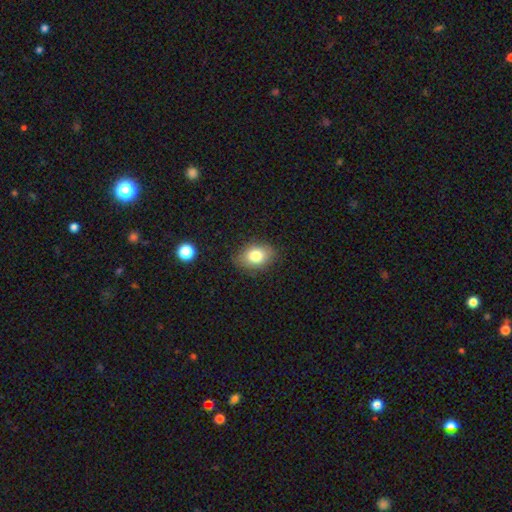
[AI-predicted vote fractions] A smooth galaxy with no disk features (80%) that is in between round and cigar-shaped (75%). Merging: none (82%).